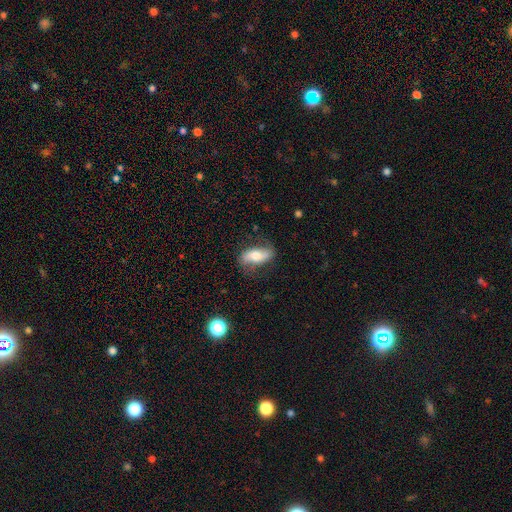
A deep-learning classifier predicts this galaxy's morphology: The model was most divided on "smooth or featured": featured or disk: 51%, smooth: 42%, star or artifact: 7%. More confident: edge-on disk — no (81%); merging — none (74%).